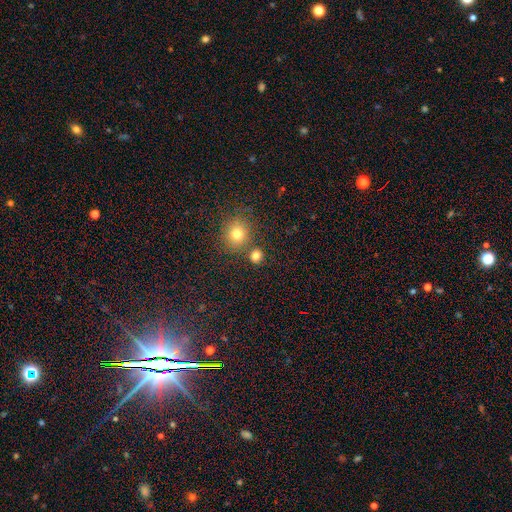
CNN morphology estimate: type=smooth (79%); roundness=round (84%); merging=none (76%).